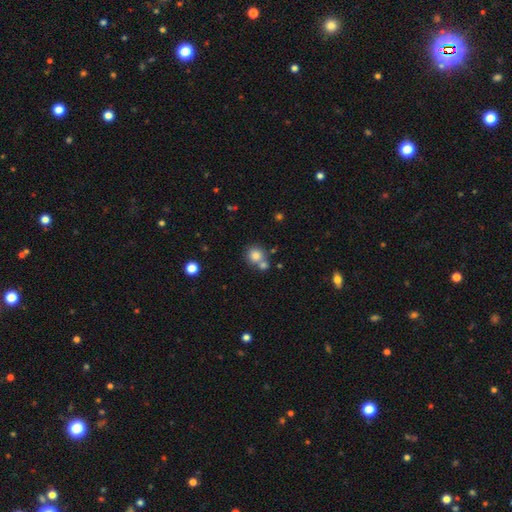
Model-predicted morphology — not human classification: This appears to be a smooth galaxy with no disk features (80%) that is round (87%). Merging: none (55%).